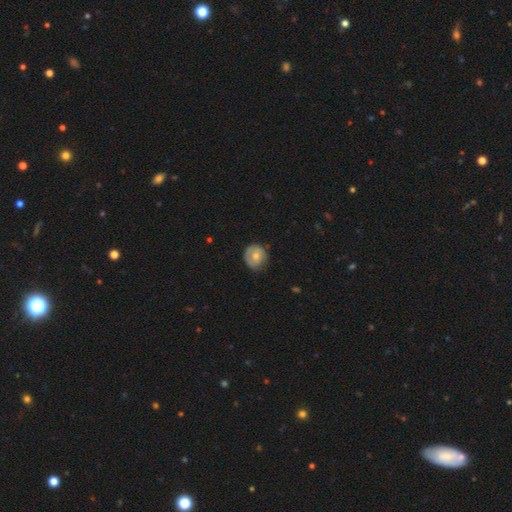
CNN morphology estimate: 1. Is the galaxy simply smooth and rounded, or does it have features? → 62% smooth, 31% featured or disk, 7% star or artifact.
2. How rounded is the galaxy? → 84% round, 15% in between, 1% cigar-shaped.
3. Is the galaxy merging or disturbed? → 70% none, 24% minor disturbance, 5% major disturbance, 1% merger.